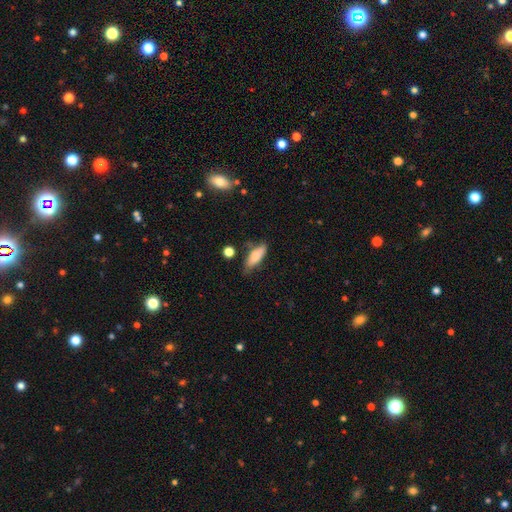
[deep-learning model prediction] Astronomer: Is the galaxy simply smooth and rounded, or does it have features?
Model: smooth — 78%.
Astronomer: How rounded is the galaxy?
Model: in between — 63%.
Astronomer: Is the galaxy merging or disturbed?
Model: none — 60%.